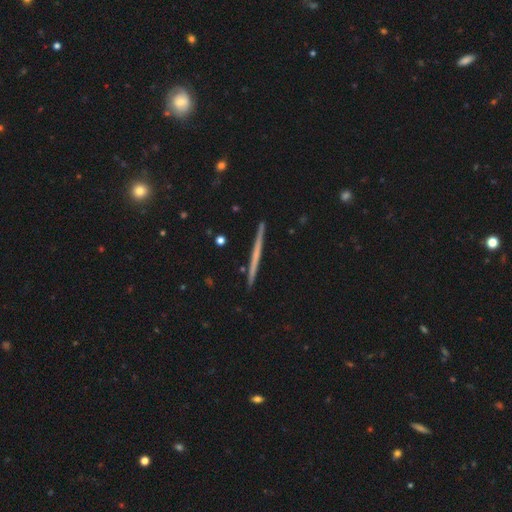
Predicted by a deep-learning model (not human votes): This appears to be a featured or disk galaxy (60%) viewed edge-on (98%) with no central bulge (85%). Merging: none (93%).